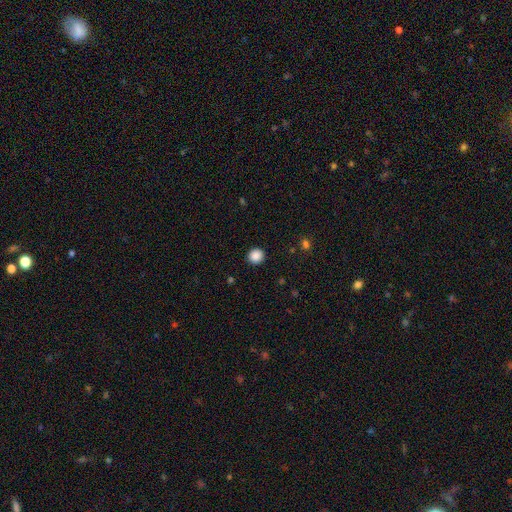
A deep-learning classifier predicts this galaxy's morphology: The model was most divided on "smooth or featured": smooth: 88%, star or artifact: 10%, featured or disk: 3%. More confident: merging — none (92%); how rounded — round (90%).